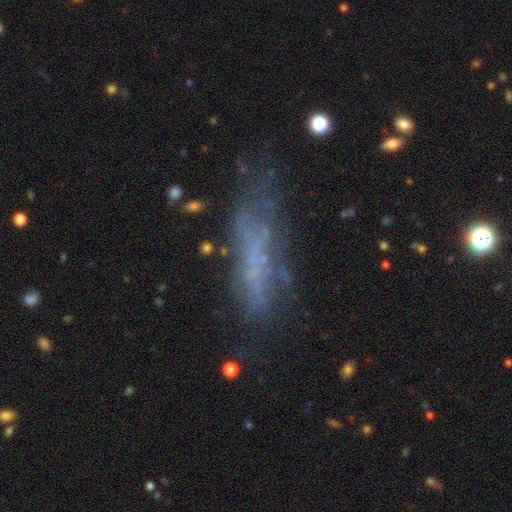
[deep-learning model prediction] Overall: featured or disk (50%; smooth 34%). Edge-on disk: no (72%). Merging: none (50%; minor disturbance 23%).